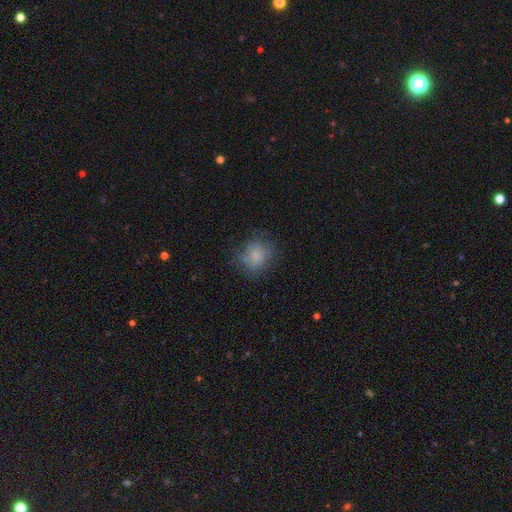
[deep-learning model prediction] Smooth or featured?
  - smooth: 71% *
  - featured or disk: 18%
  - star or artifact: 11%
How rounded?
  - round: 73% *
  - in between: 26%
  - cigar-shaped: 1%
Merging?
  - none: 64% *
  - minor disturbance: 22%
  - major disturbance: 12%
  - merger: 2%